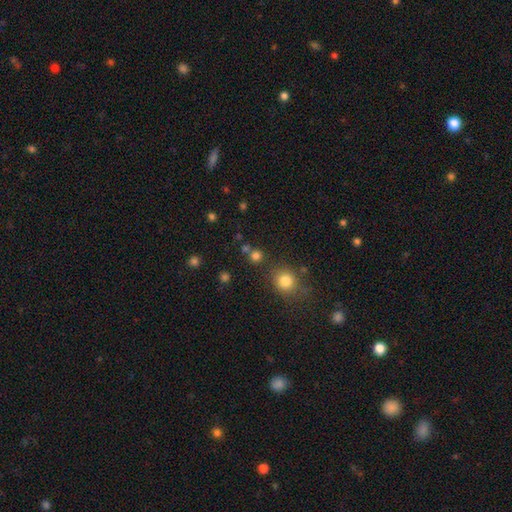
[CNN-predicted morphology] A smooth galaxy with no disk features (77%) that is round (89%).

Vote fractions:
- Smooth or featured? smooth: 77% / star or artifact: 17% / featured or disk: 6%
- How rounded? round: 89% / in between: 10% / cigar-shaped: 1%
- Merging? none: 71% / merger: 18% / minor disturbance: 8% / major disturbance: 4%